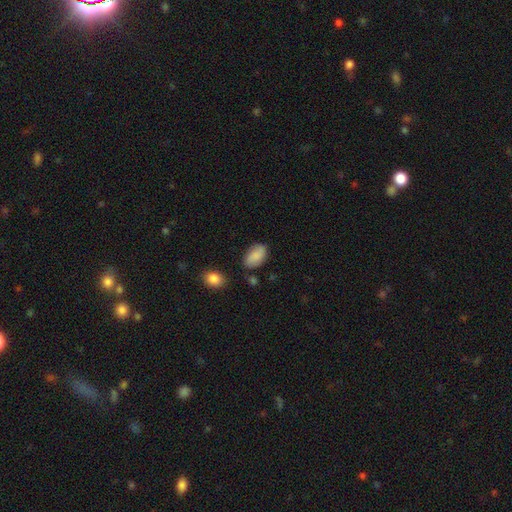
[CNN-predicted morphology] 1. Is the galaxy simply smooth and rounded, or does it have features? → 85% smooth, 8% featured or disk, 7% star or artifact.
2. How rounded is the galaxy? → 93% in between, 5% round, 2% cigar-shaped.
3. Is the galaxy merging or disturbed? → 74% none, 18% minor disturbance, 4% merger, 4% major disturbance.